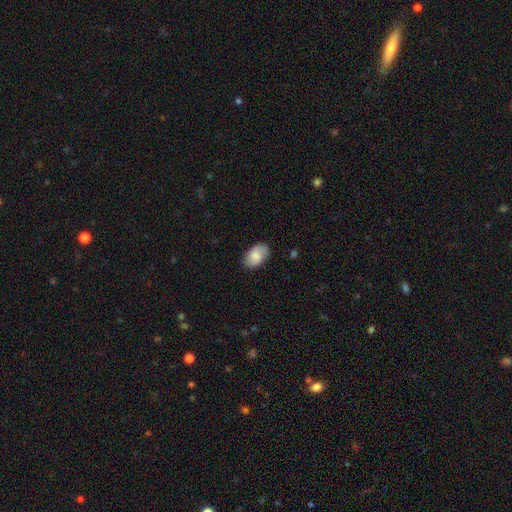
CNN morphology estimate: Q: Smooth or featured?
A: smooth (73%); runner-up: featured or disk (20%)
Q: How rounded?
A: in between (91%); runner-up: round (7%)
Q: Merging?
A: none (80%); runner-up: minor disturbance (15%)